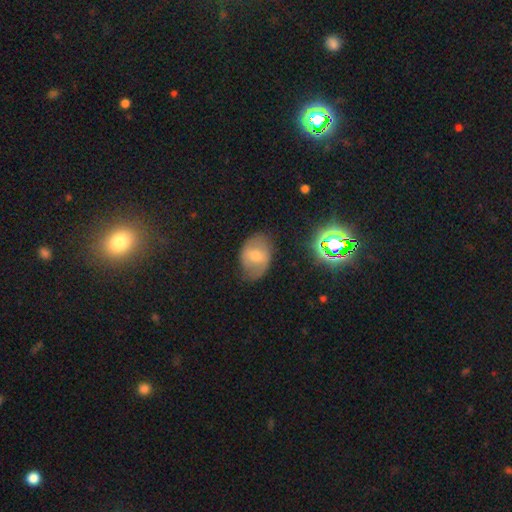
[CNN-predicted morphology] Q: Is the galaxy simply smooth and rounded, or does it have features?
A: smooth — 47%.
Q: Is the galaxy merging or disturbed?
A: none — 68%.